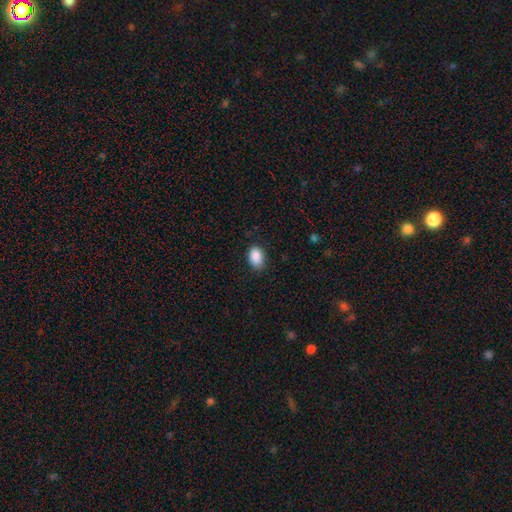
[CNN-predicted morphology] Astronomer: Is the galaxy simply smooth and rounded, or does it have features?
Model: smooth — 89%.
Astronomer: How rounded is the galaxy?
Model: in between — 84%.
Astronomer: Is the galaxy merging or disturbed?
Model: none — 81%.